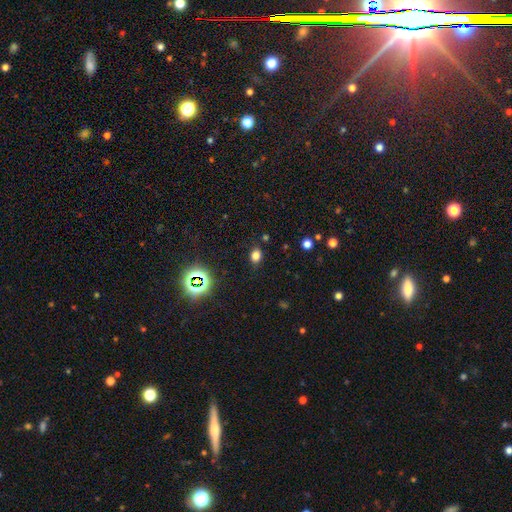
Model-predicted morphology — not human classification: A smooth galaxy with no disk features (74%) that is in between round and cigar-shaped (60%). Merging: none (85%).